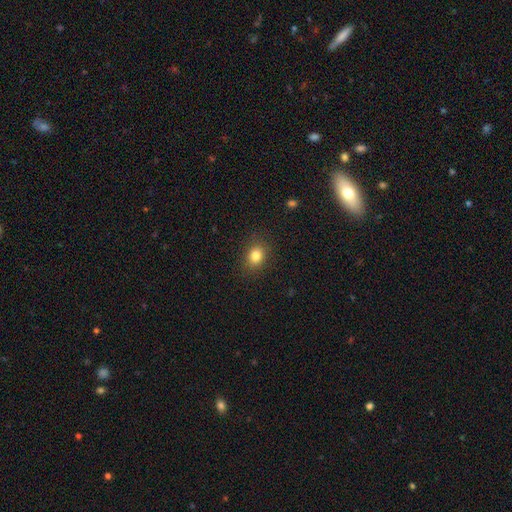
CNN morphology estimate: type=smooth (83%); roundness=in between (52%); merging=none (87%).